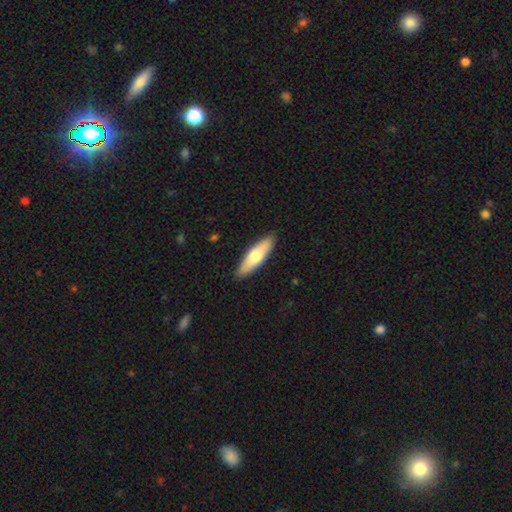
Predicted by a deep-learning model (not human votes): A smooth galaxy with no disk features (64%) that is cigar-shaped (61%).

Vote fractions:
- Smooth or featured? smooth: 64% / featured or disk: 31% / star or artifact: 5%
- How rounded? cigar-shaped: 61% / in between: 38% / round: 2%
- Merging? none: 89% / minor disturbance: 8% / major disturbance: 2% / merger: 1%